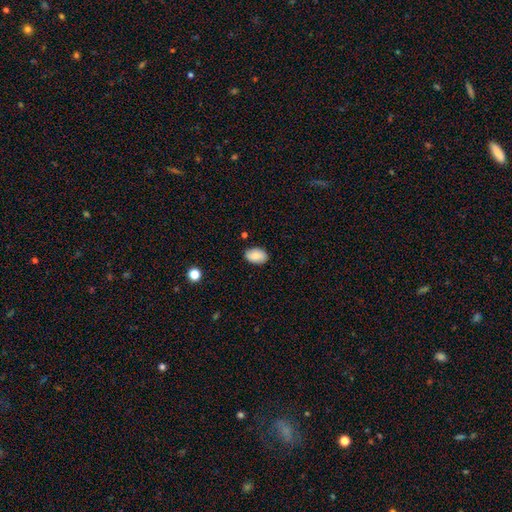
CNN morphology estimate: type=smooth (84%); roundness=in between (87%); merging=none (85%).